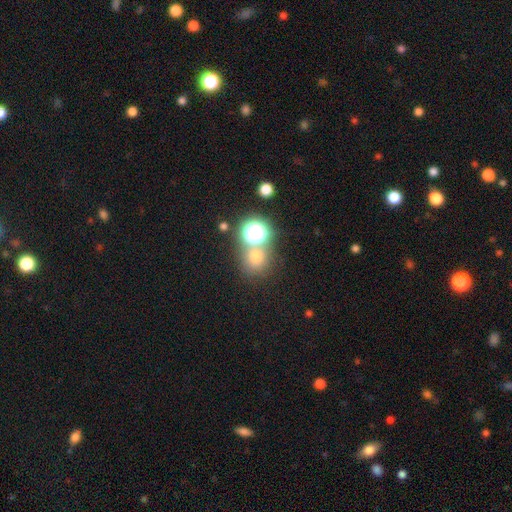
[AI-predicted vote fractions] A smooth galaxy with no disk features (63%) that is round (84%).

Vote fractions:
- Smooth or featured? smooth: 63% / star or artifact: 28% / featured or disk: 9%
- How rounded? round: 84% / in between: 15% / cigar-shaped: 1%
- Merging? none: 62% / merger: 26% / minor disturbance: 8% / major disturbance: 4%